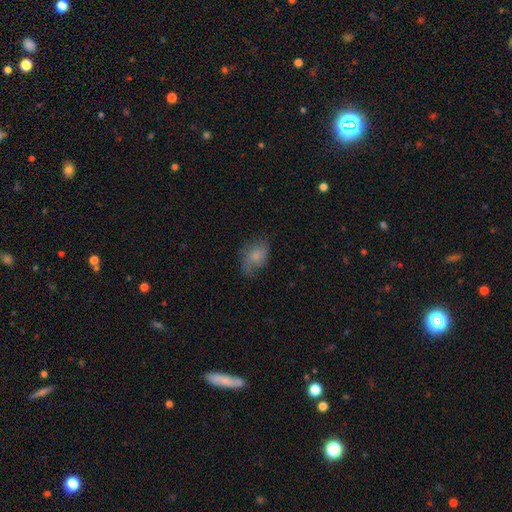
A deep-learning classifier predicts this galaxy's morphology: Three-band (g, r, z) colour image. It shows a smooth galaxy with no disk features (69%) that is in between round and cigar-shaped (83%). Merging: none (64%).